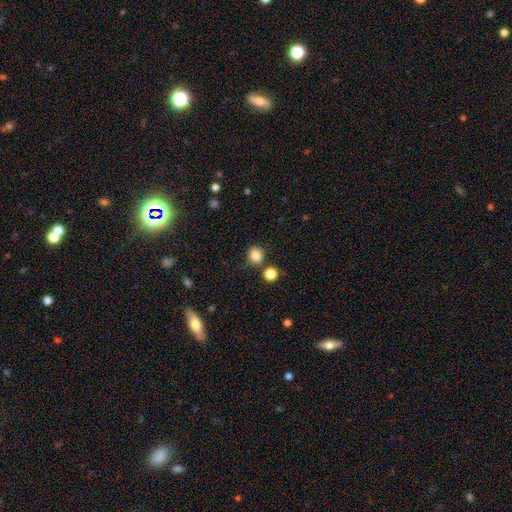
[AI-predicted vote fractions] Smooth or featured?
  - smooth: 84% *
  - star or artifact: 11%
  - featured or disk: 5%
How rounded?
  - round: 80% *
  - in between: 19%
  - cigar-shaped: 1%
Merging?
  - none: 75% *
  - minor disturbance: 12%
  - merger: 9%
  - major disturbance: 4%